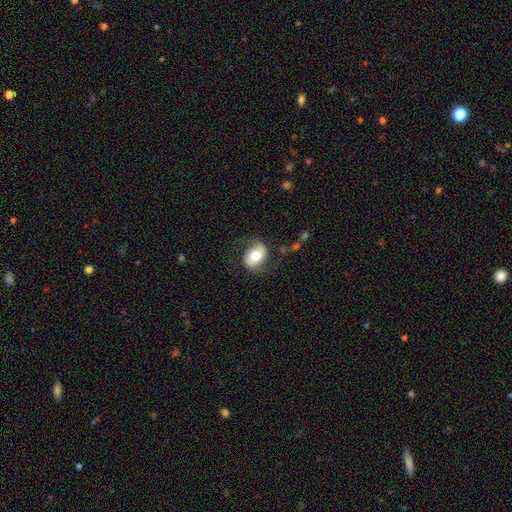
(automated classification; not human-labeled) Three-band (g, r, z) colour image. It shows a smooth galaxy with no disk features (57%) that is in between round and cigar-shaped (76%). Merging: none (70%).